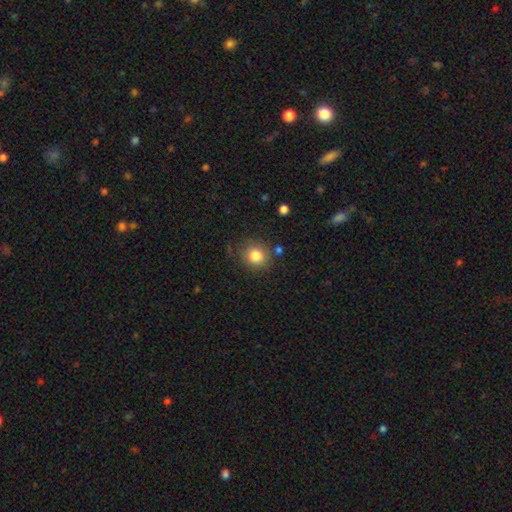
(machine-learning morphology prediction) A smooth galaxy with no disk features (83%) that is round (85%). Merging: none (80%).